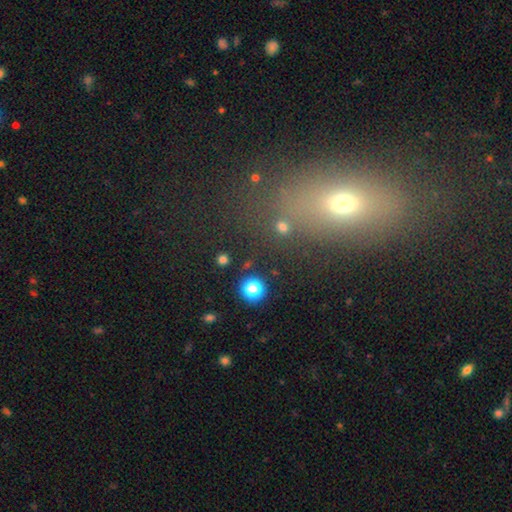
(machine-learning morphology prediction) This appears to be a smooth galaxy with no disk features (56%) that is in between round and cigar-shaped (66%). Merging: none (76%).